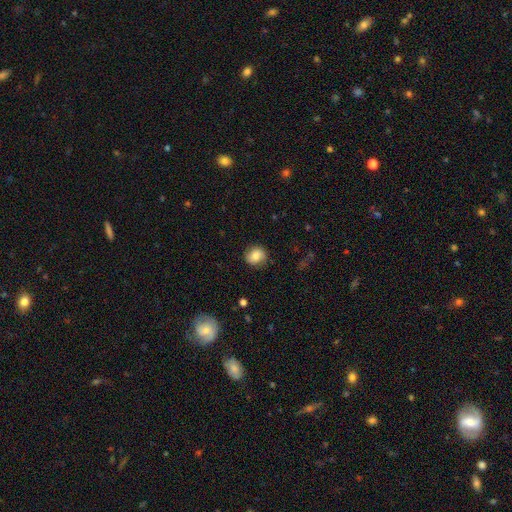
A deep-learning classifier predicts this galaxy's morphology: type=smooth (77%); roundness=round (76%); merging=none (82%).